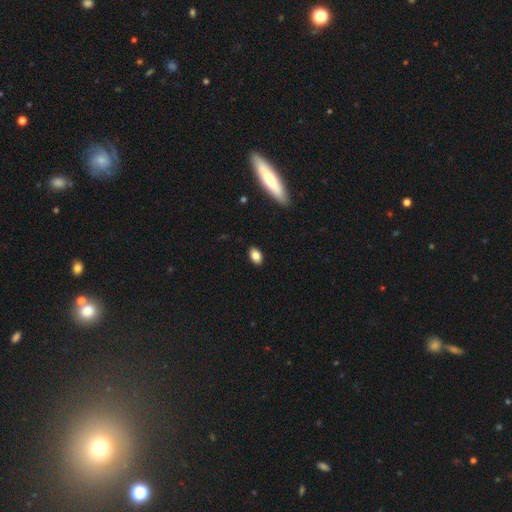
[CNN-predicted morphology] smooth-or-featured: smooth: 84% | star or artifact: 9% | featured or disk: 8%
  how-rounded: in between: 86% | round: 12% | cigar-shaped: 2%
  merging: none: 88% | minor disturbance: 9% | major disturbance: 2% | merger: 1%